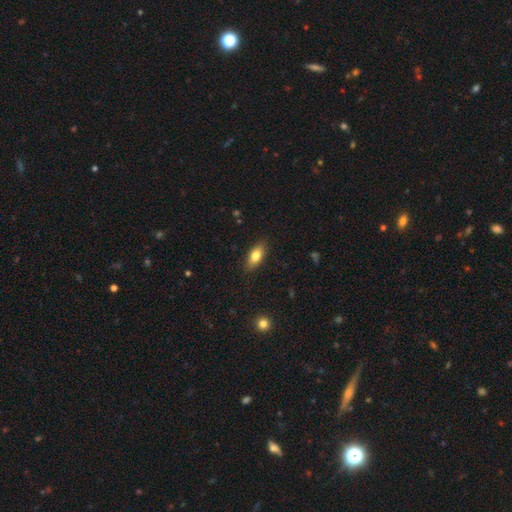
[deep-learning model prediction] Q: Smooth or featured?
A: smooth (79%); runner-up: featured or disk (14%)
Q: How rounded?
A: in between (83%); runner-up: cigar-shaped (13%)
Q: Merging?
A: none (86%); runner-up: minor disturbance (11%)